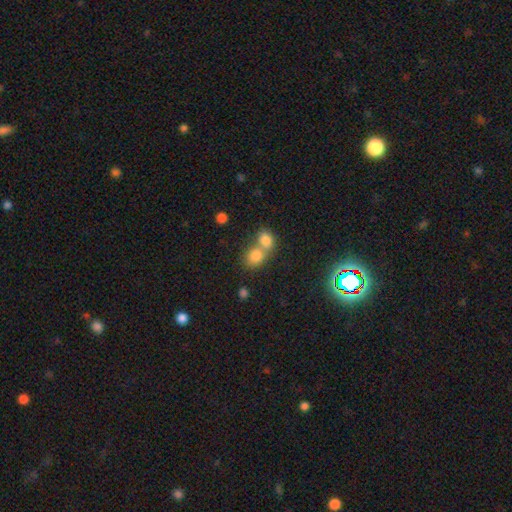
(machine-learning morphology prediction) This is likely a smooth galaxy (80%). How rounded: possibly round (57%). Merging: likely merger (61%).